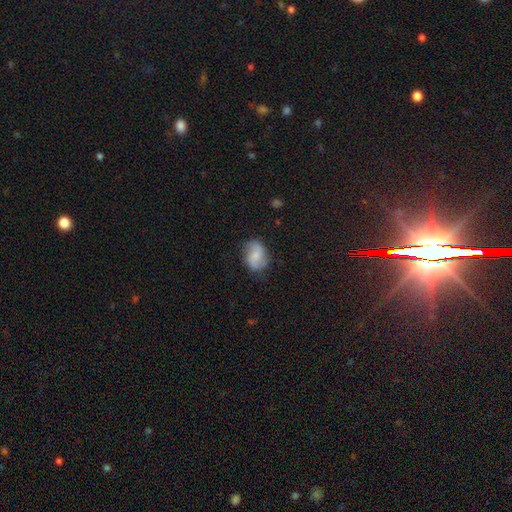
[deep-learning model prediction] smooth_or_featured: featured or disk (p=0.47) [alt: smooth p=0.45]
merging: none (p=0.72) [alt: minor disturbance p=0.20]